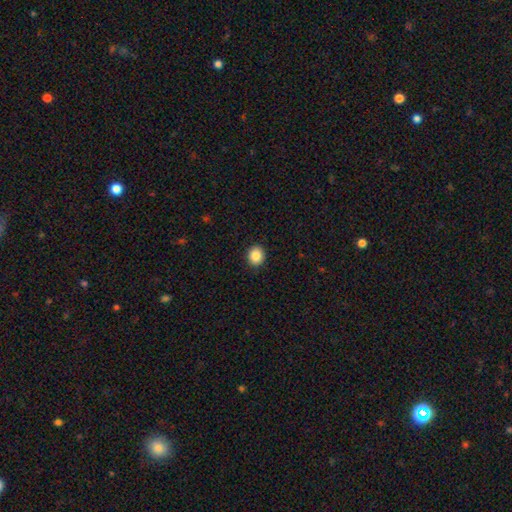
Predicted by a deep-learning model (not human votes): smooth-or-featured: smooth: 87% | star or artifact: 9% | featured or disk: 4%
  how-rounded: round: 76% | in between: 23% | cigar-shaped: 1%
  merging: none: 91% | minor disturbance: 6% | major disturbance: 2% | merger: 1%